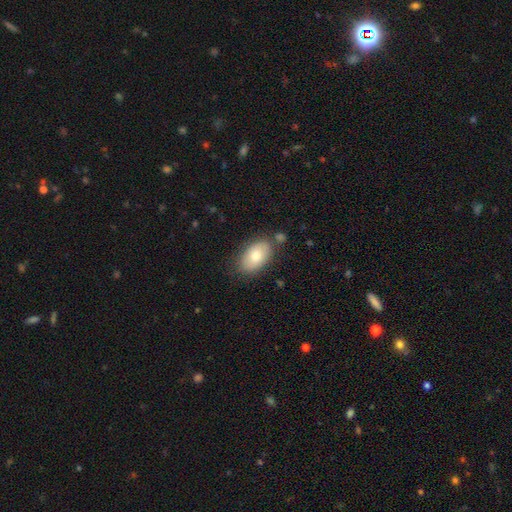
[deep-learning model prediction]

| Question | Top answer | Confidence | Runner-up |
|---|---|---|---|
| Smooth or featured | smooth | 75% | featured or disk (18%) |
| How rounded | in between | 92% | round (6%) |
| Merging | none | 77% | minor disturbance (14%) |